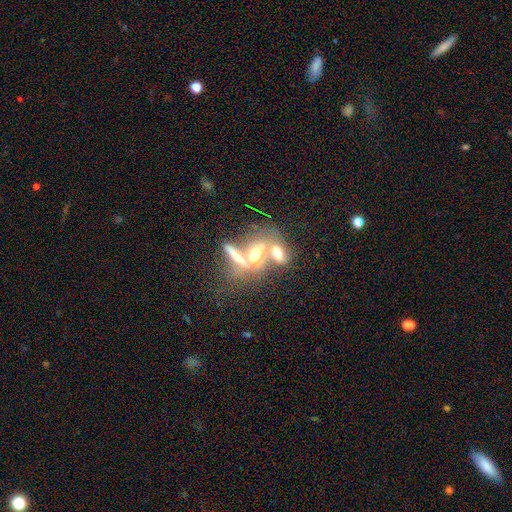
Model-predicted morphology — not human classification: type=star or artifact (40%).